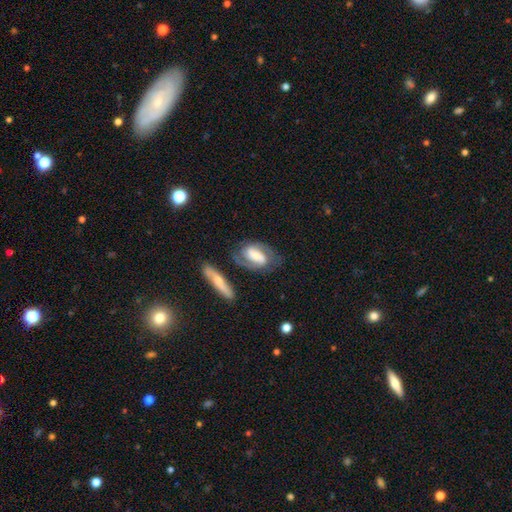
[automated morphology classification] The model was most divided on "bar": weak: 40%, strong: 36%, no: 24%. Remaining: edge-on disk — no (94%); spiral arms — yes (92%); spiral arm count — 2 (84%); smooth or featured — featured or disk (73%); merging — none (66%); spiral winding — medium (49%); bulge size — moderate (33%).